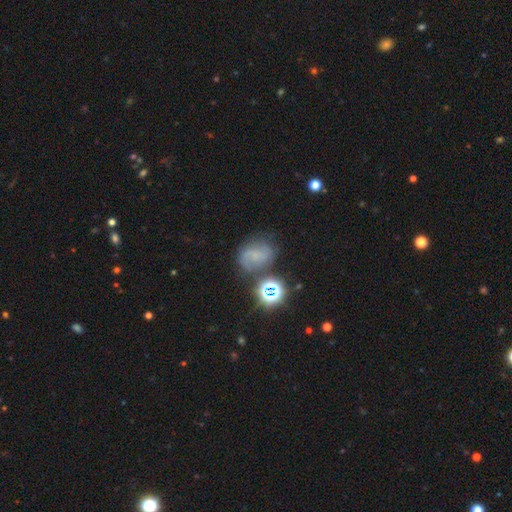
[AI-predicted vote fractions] Overall: featured or disk (43%; smooth 34%). Merging: none (60%; minor disturbance 21%).